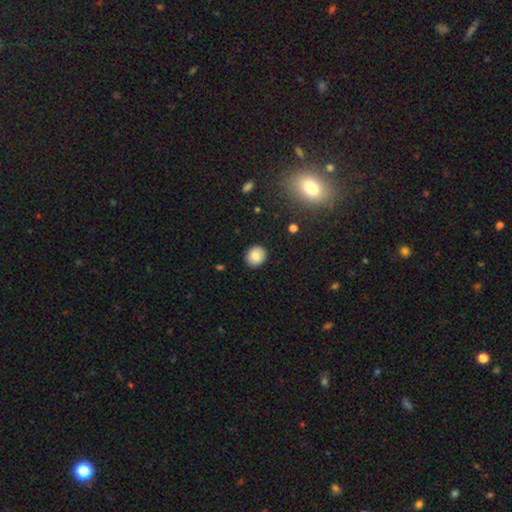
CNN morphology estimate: A smooth galaxy with no disk features (86%) that is round (74%). Merging: none (89%).